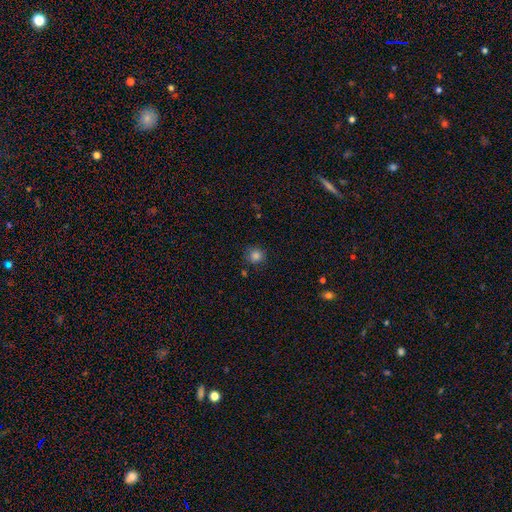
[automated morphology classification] This appears to be a smooth galaxy with no disk features (83%) that is round (88%). Merging: none (79%).